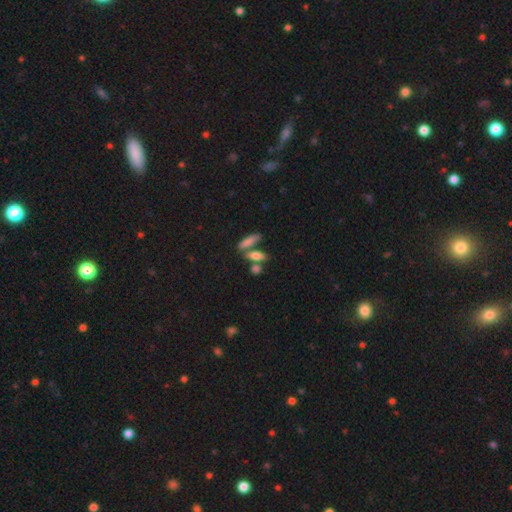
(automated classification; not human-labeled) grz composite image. It shows a smooth galaxy with no disk features (75%) that is in between round and cigar-shaped (55%). Merging: none (50%).